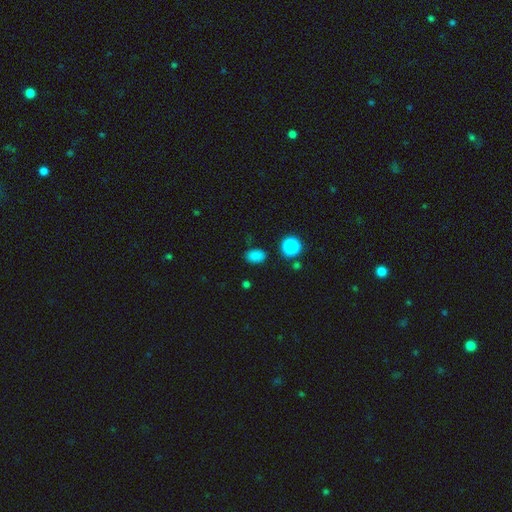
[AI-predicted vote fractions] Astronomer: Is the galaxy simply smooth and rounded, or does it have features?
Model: smooth — 80%.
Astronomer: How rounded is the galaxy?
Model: in between — 77%.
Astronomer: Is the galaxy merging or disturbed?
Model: none — 81%.